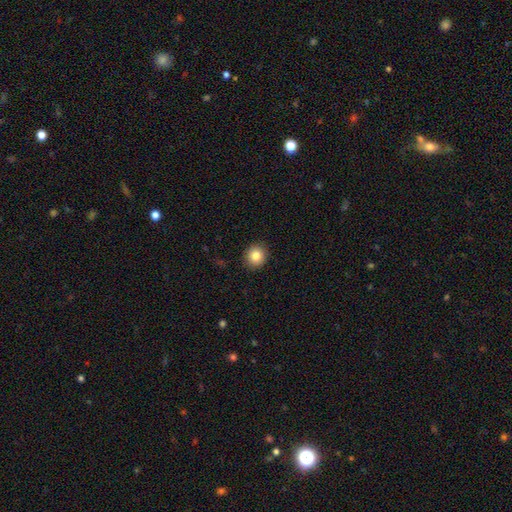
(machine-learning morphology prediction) type=smooth (83%); roundness=round (86%); merging=none (91%).